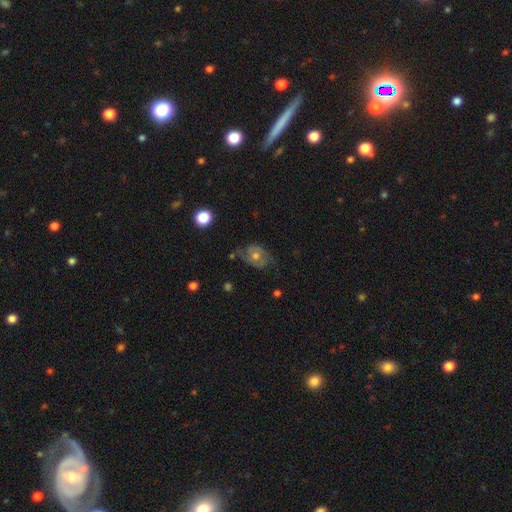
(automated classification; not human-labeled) A featured or disk galaxy (66%) with no bar (76%), 2 (64%) medium (43%) spiral arms (83%) and a moderate central bulge (66%).

Vote fractions:
- Smooth or featured? featured or disk: 66% / smooth: 24% / star or artifact: 10%
- Edge-on disk? no: 96% / yes: 4%
- Bar? no: 76% / weak: 20% / strong: 4%
- Spiral arms? yes: 83% / no: 17%
- Spiral winding? medium: 43% / tight: 36% / loose: 21%
- Spiral arm count? 2: 64% / can't tell: 20% / 3: 7% / 1: 4% / 4: 2% / more than 4: 2%
- Bulge size? moderate: 66% / small: 26% / large: 5% / none: 2% / dominant: 1%
- Merging? none: 63% / minor disturbance: 23% / major disturbance: 12% / merger: 2%